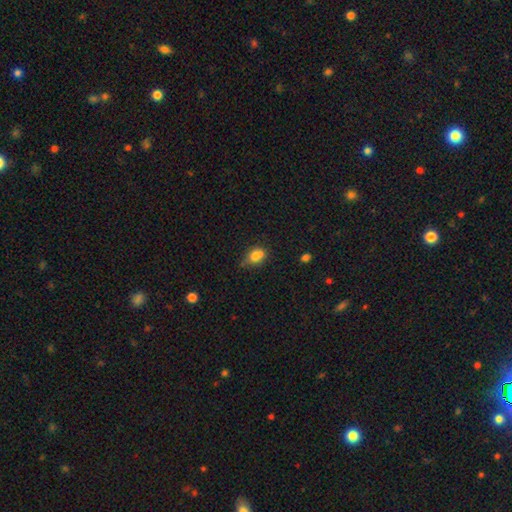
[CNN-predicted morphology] smooth 78%, featured or disk 12%, star or artifact 10%. Down the decision tree: how rounded — in between (64%); merging — none (47%).